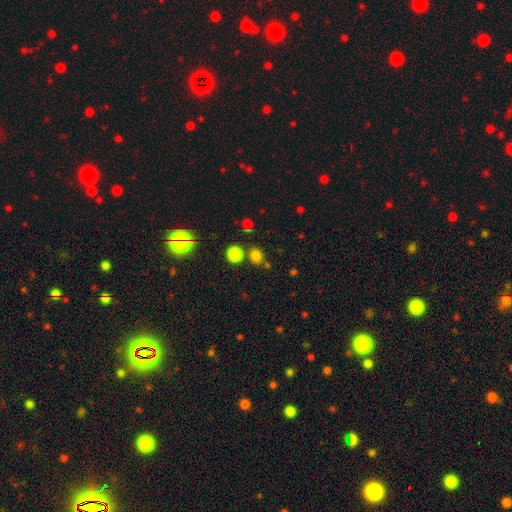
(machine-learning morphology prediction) This is likely a smooth galaxy (76%). How rounded: likely round (71%). Merging: likely none (73%).